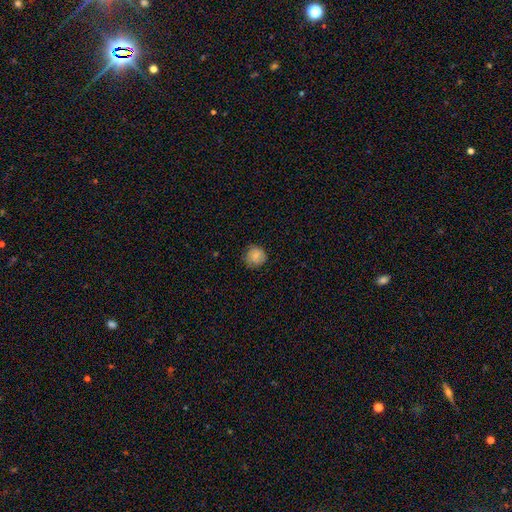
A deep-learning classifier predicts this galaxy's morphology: smooth 82%, featured or disk 10%, star or artifact 8%. Down the decision tree: how rounded — round (91%); merging — none (81%).